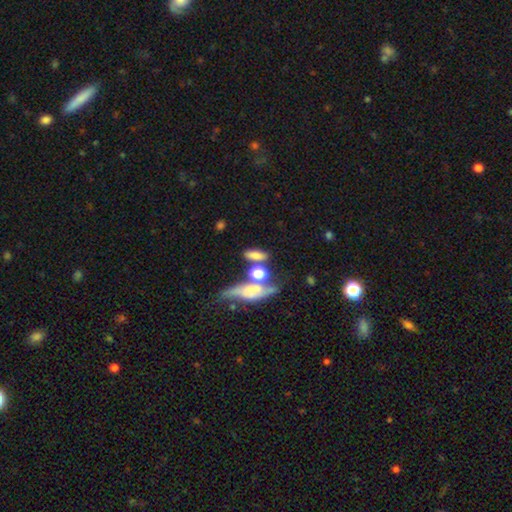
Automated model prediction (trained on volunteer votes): smooth 68%, featured or disk 22%, star or artifact 10%. Down the decision tree: how rounded — in between (62%); merging — none (51%).